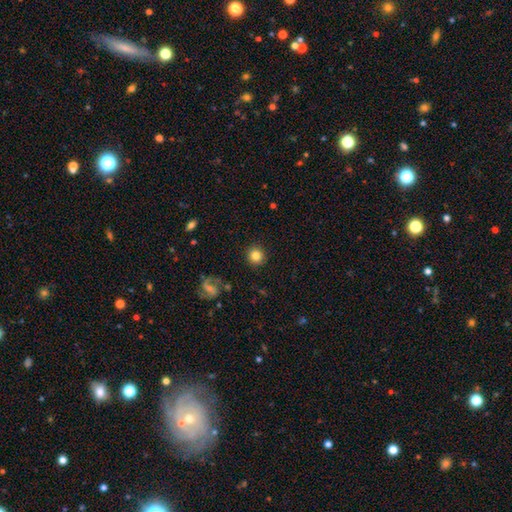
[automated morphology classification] type=smooth (82%); roundness=round (92%); merging=none (90%).